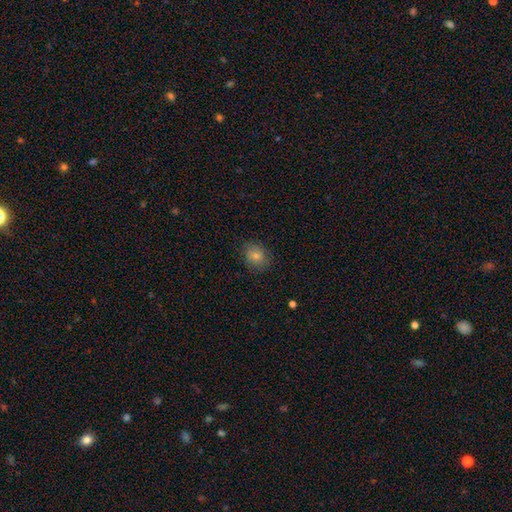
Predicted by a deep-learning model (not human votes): Smooth or featured?
  - smooth: 72% *
  - featured or disk: 14%
  - star or artifact: 14%
How rounded?
  - round: 59% *
  - in between: 40%
  - cigar-shaped: 1%
Merging?
  - none: 83% *
  - minor disturbance: 13%
  - major disturbance: 3%
  - merger: 1%